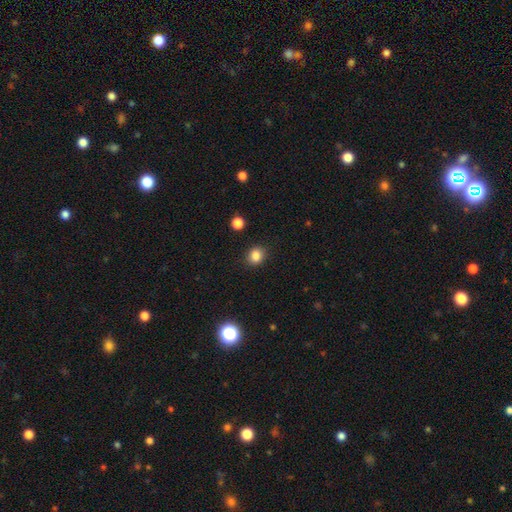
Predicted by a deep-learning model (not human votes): Smooth or featured? smooth (84%)
How rounded? round (71%)
Merging? none (89%)